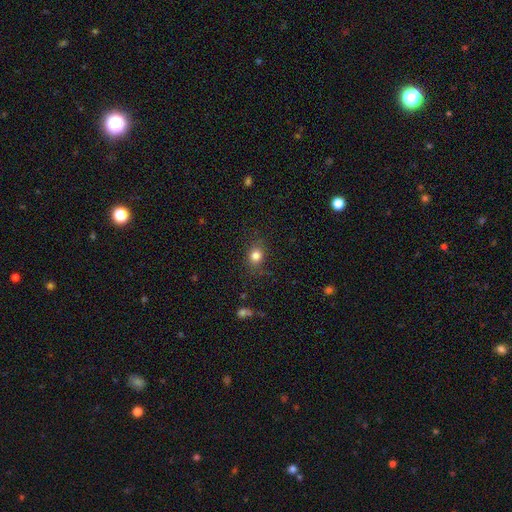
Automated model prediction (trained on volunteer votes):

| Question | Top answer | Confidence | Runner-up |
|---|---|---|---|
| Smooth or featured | smooth | 81% | star or artifact (12%) |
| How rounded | round | 62% | in between (37%) |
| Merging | none | 82% | minor disturbance (13%) |